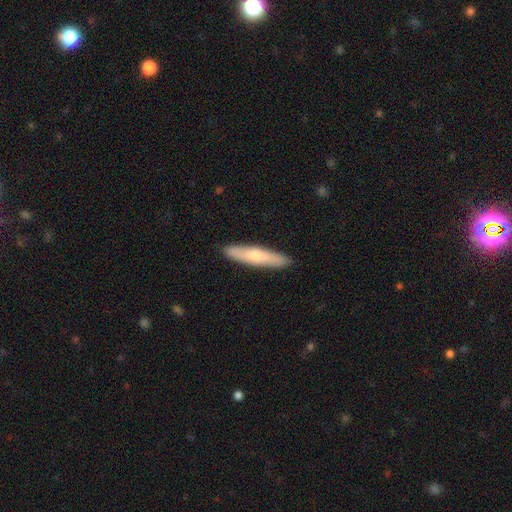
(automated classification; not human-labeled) A smooth galaxy with no disk features (66%) that is cigar-shaped (87%). Merging: none (90%).